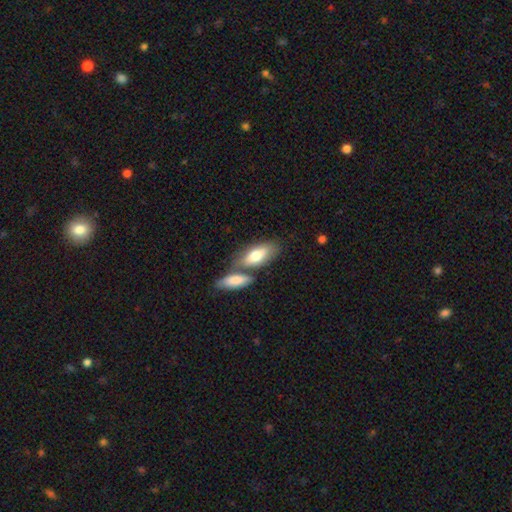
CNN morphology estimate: The model was most divided on "merging": none: 45%, merger: 39%, minor disturbance: 12%, major disturbance: 4%. More confident: how rounded — in between (82%); smooth or featured — smooth (72%).